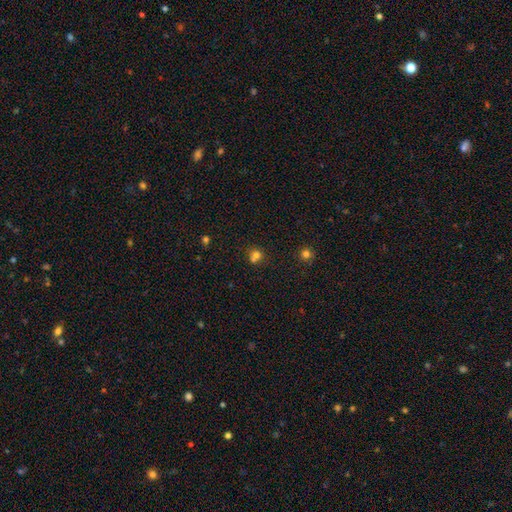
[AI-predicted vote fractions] Morphology: type=smooth (72%); roundness=round (81%); merging=merger (45%).